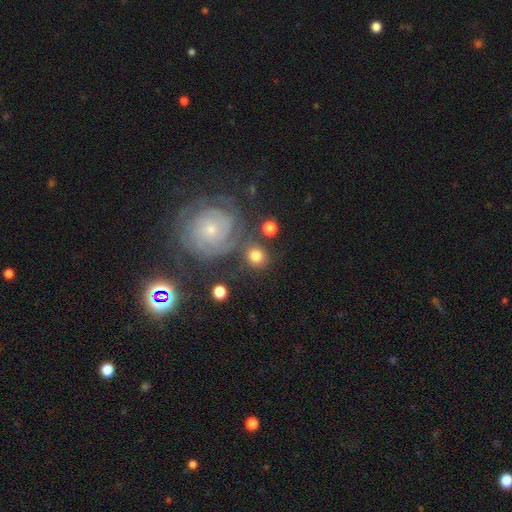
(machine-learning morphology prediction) smooth-or-featured: smooth: 67% | featured or disk: 24% | star or artifact: 9%
  how-rounded: round: 86% | in between: 13% | cigar-shaped: 1%
  merging: none: 72% | minor disturbance: 12% | merger: 11% | major disturbance: 6%